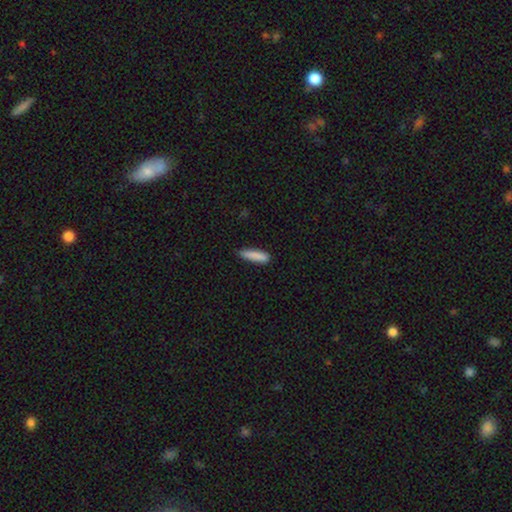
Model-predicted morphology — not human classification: The model was most divided on "how rounded": cigar-shaped: 76%, in between: 23%, round: 1%. More confident: smooth or featured — smooth (87%); merging — none (81%).